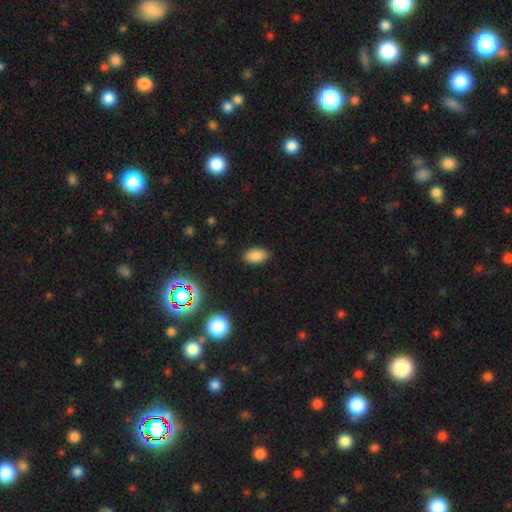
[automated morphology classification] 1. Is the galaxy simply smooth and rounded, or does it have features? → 85% smooth, 11% star or artifact, 4% featured or disk.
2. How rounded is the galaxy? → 94% in between, 4% round, 2% cigar-shaped.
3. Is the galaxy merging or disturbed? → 88% none, 9% minor disturbance, 2% major disturbance, 1% merger.